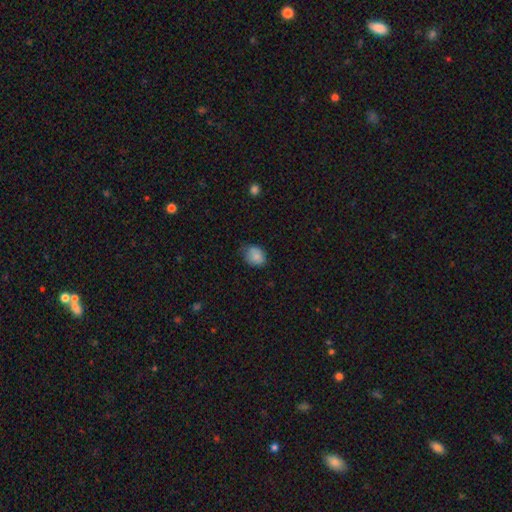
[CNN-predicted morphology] This is clearly a smooth galaxy (84%). How rounded: possibly in between (58%). Merging: likely none (63%).